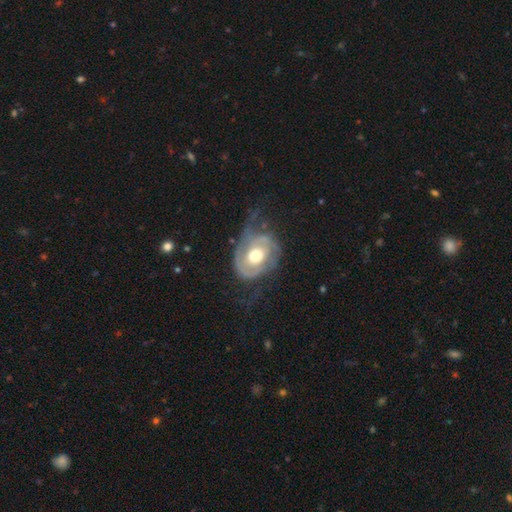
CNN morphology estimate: Smooth or featured?
  - featured or disk: 78% *
  - smooth: 17%
  - star or artifact: 5%
Edge-on disk?
  - no: 96% *
  - yes: 4%
Bar?
  - no: 75% *
  - weak: 20%
  - strong: 5%
Spiral arms?
  - yes: 84% *
  - no: 16%
Spiral winding?
  - tight: 41% *
  - medium: 37%
  - loose: 23%
Spiral arm count?
  - 2: 61% *
  - can't tell: 16%
  - 1: 13%
  - 3: 5%
  - 4: 2%
  - more than 4: 2%
Bulge size?
  - moderate: 67% *
  - large: 22%
  - small: 8%
  - dominant: 2%
  - none: 1%
Merging?
  - none: 43% *
  - major disturbance: 31%
  - minor disturbance: 24%
  - merger: 2%